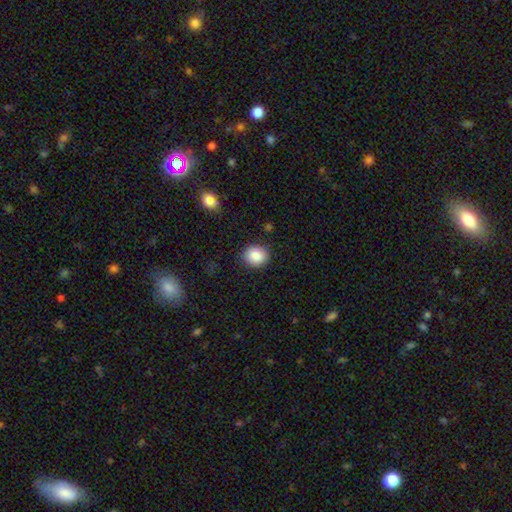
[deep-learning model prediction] smooth-or-featured: smooth: 88% | star or artifact: 8% | featured or disk: 4%
  how-rounded: round: 76% | in between: 23% | cigar-shaped: 1%
  merging: none: 87% | minor disturbance: 9% | major disturbance: 3% | merger: 1%